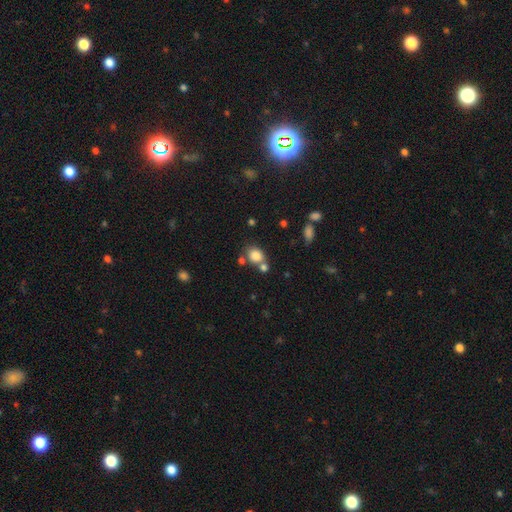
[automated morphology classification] This appears to be a smooth galaxy with no disk features (81%) that is round (63%). Merging: none (60%).